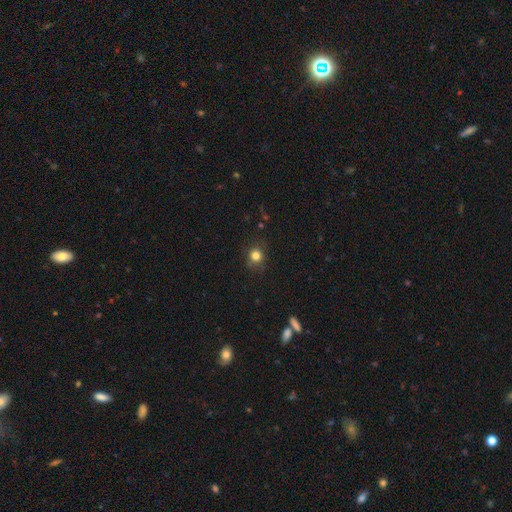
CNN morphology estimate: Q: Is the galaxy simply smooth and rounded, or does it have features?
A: smooth — 80%.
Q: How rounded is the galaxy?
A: round — 81%.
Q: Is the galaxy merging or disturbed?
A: none — 79%.